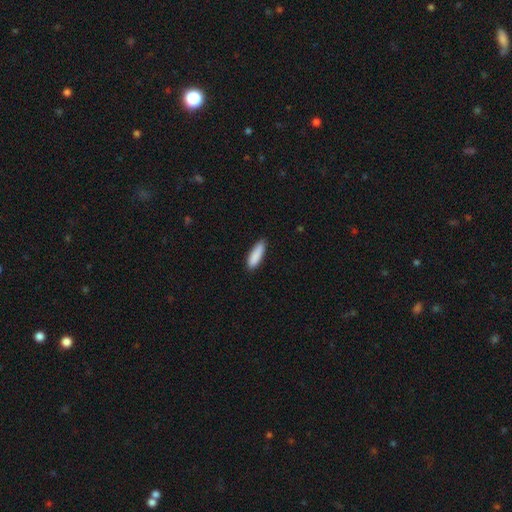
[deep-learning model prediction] Morphology: type=smooth (89%); roundness=cigar-shaped (59%); merging=none (86%).